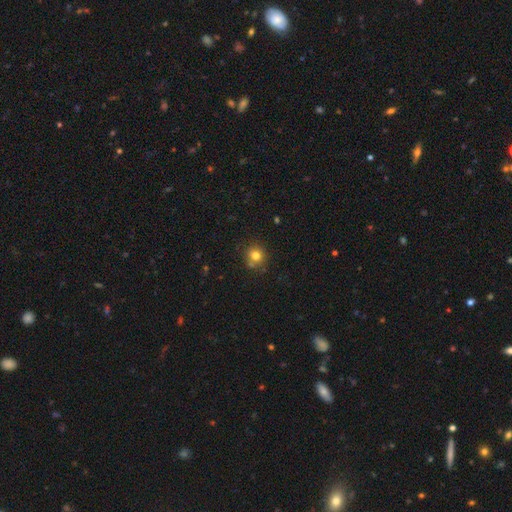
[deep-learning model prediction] Smooth or featured?
  - smooth: 77% *
  - star or artifact: 14%
  - featured or disk: 10%
How rounded?
  - round: 88% *
  - in between: 11%
  - cigar-shaped: 1%
Merging?
  - none: 73% *
  - merger: 12%
  - minor disturbance: 12%
  - major disturbance: 3%